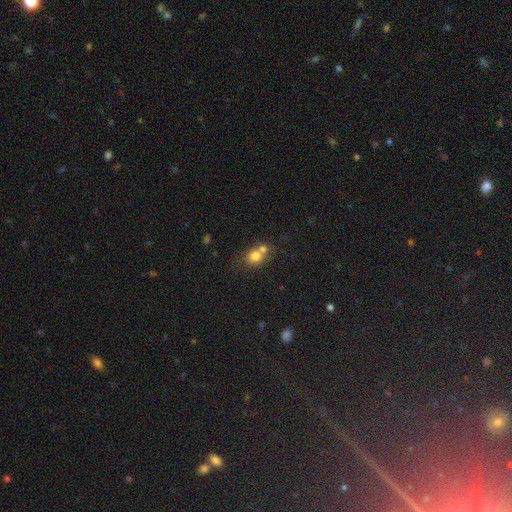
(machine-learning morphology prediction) This appears to be a smooth galaxy with no disk features (77%) that is round (74%). Merging: merger (50%).